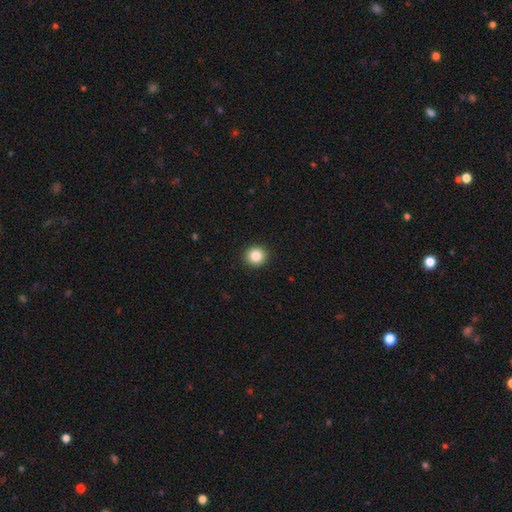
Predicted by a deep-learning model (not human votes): smooth 85%, star or artifact 10%, featured or disk 5%. Down the decision tree: how rounded — round (92%); merging — none (93%).